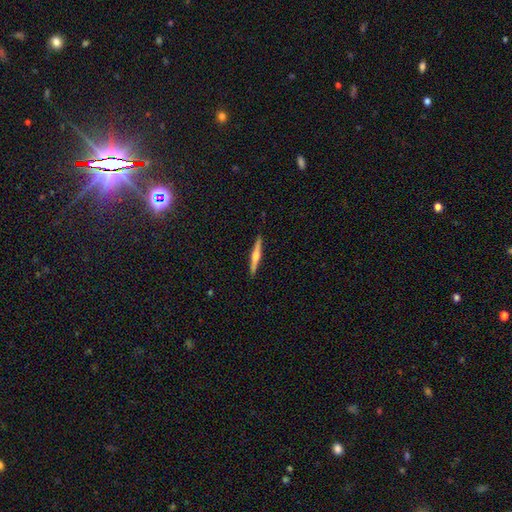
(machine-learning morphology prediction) The model was most divided on "smooth or featured": featured or disk: 63%, smooth: 31%, star or artifact: 6%. More confident: edge-on disk — yes (98%); merging — none (91%); edge-on bulge — rounded (84%).